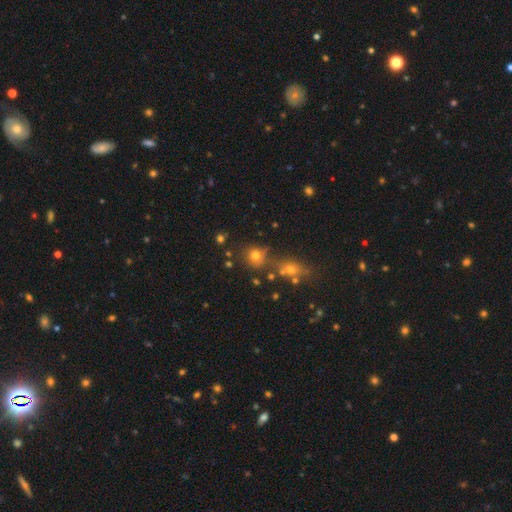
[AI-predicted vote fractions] Smooth or featured?
  - smooth: 70% *
  - star or artifact: 20%
  - featured or disk: 10%
How rounded?
  - round: 84% *
  - in between: 15%
  - cigar-shaped: 1%
Merging?
  - none: 68% *
  - merger: 15%
  - minor disturbance: 12%
  - major disturbance: 5%